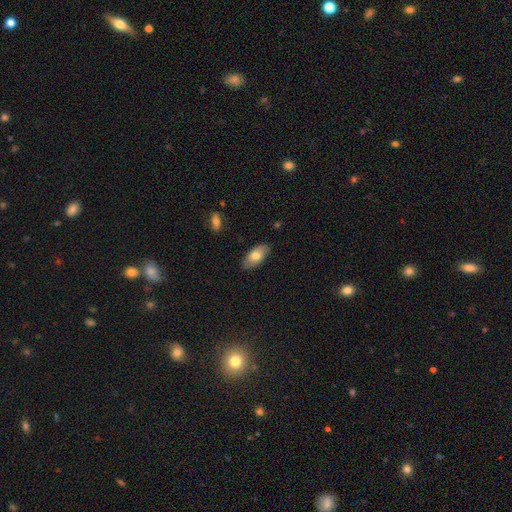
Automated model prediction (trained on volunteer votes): Smooth or featured?
  - smooth: 71% *
  - featured or disk: 22%
  - star or artifact: 7%
How rounded?
  - in between: 92% *
  - cigar-shaped: 6%
  - round: 3%
Merging?
  - none: 85% *
  - minor disturbance: 12%
  - major disturbance: 2%
  - merger: 1%